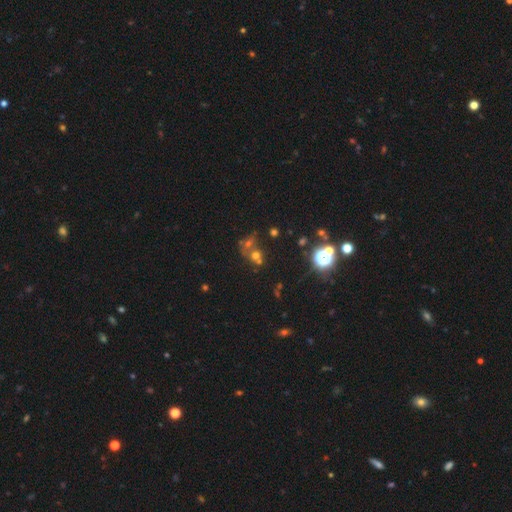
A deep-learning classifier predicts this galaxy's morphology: This is possibly a smooth galaxy (48%). Merging: marginally merger (44%).